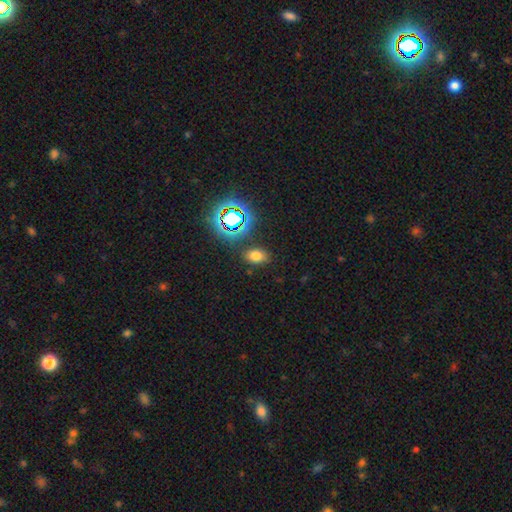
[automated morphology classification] This is likely a smooth galaxy (67%). How rounded: clearly in between (82%). Merging: clearly none (84%).